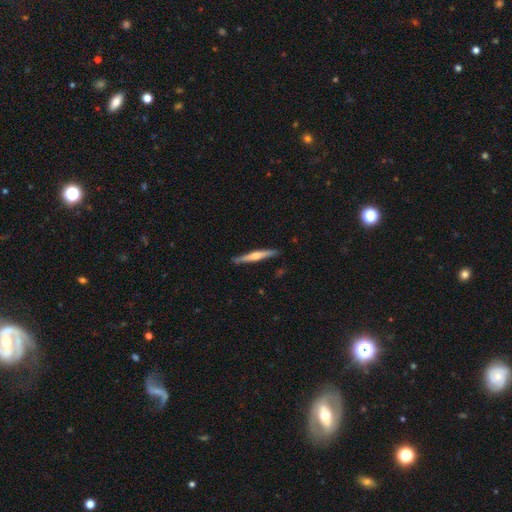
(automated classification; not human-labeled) Morphology: type=featured or disk (62%); edge-on=yes (97%); edge-on bulge=rounded (81%); merging=none (88%).